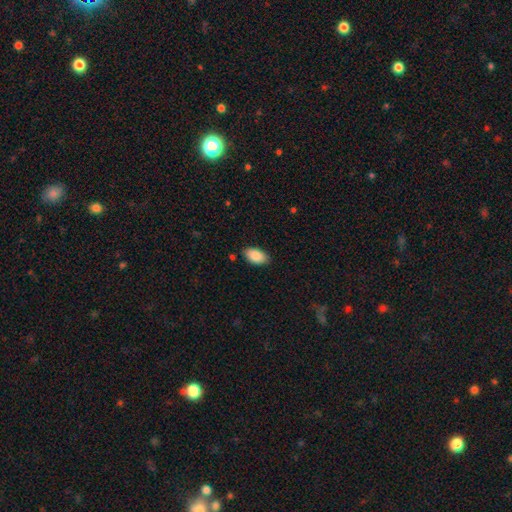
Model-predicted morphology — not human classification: A smooth galaxy with no disk features (89%) that is in between round and cigar-shaped (95%).

Vote fractions:
- Smooth or featured? smooth: 89% / star or artifact: 6% / featured or disk: 5%
- How rounded? in between: 95% / round: 4% / cigar-shaped: 2%
- Merging? none: 85% / minor disturbance: 12% / major disturbance: 2% / merger: 1%